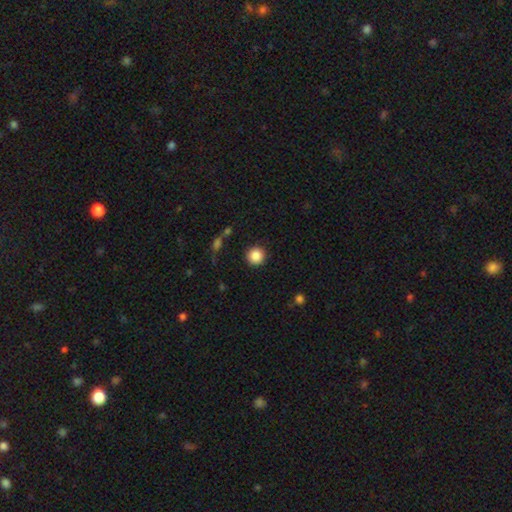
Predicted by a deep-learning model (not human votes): This appears to be a smooth galaxy with no disk features (87%) that is round (95%). Merging: none (90%).